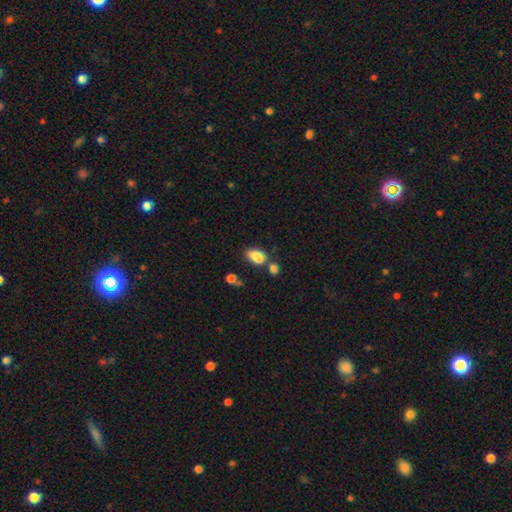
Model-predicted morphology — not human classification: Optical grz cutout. It shows a smooth galaxy with no disk features (85%) that is in between round and cigar-shaped (90%). Merging: none (54%).